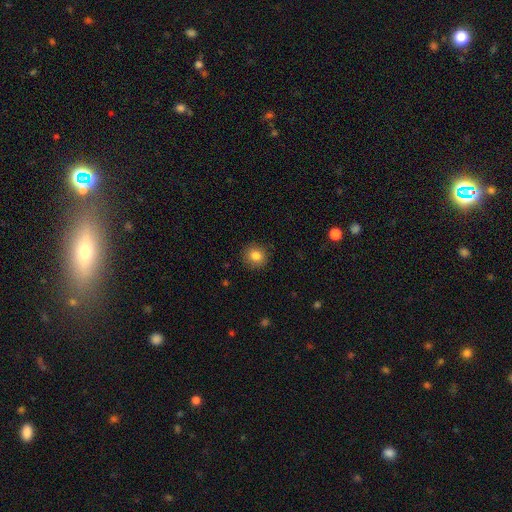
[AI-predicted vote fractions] Q: Smooth or featured?
A: smooth (83%); runner-up: star or artifact (10%)
Q: How rounded?
A: round (87%); runner-up: in between (12%)
Q: Merging?
A: none (89%); runner-up: minor disturbance (8%)